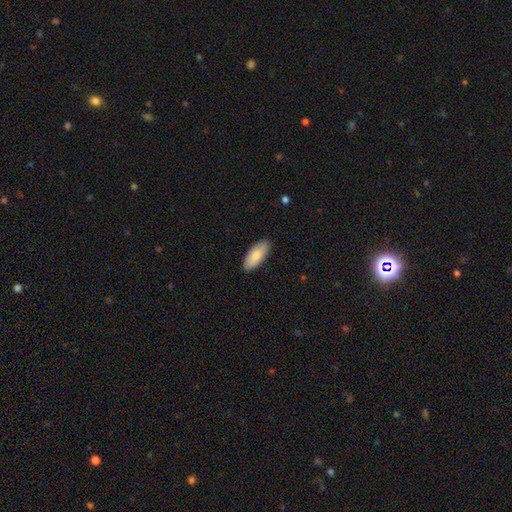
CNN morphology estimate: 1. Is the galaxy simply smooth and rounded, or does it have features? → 84% smooth, 10% featured or disk, 5% star or artifact.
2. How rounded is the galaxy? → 81% in between, 17% cigar-shaped, 2% round.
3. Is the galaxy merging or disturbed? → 89% none, 8% minor disturbance, 2% major disturbance, 1% merger.